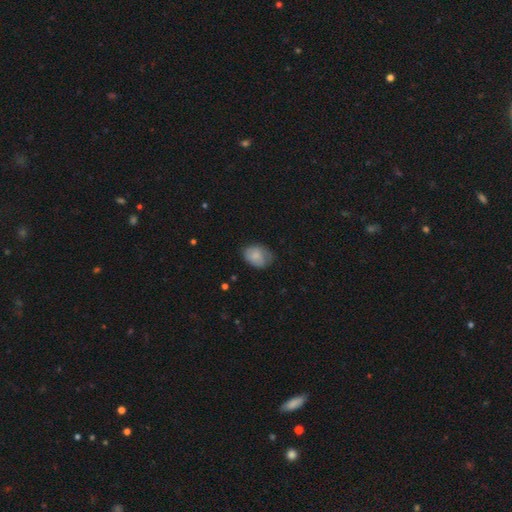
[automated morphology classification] This is likely a smooth galaxy (77%). How rounded: likely in between (68%). Merging: possibly none (60%).